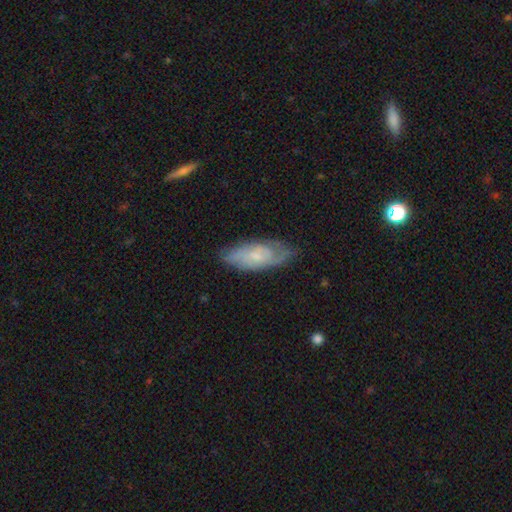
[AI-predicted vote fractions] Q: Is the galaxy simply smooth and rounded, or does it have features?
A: featured or disk — 59%.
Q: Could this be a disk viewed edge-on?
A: no — 88%.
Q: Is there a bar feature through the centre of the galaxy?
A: no — 66%.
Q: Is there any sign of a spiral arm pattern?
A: yes — 82%.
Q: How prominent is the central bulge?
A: small — 58%.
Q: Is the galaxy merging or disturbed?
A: none — 68%.